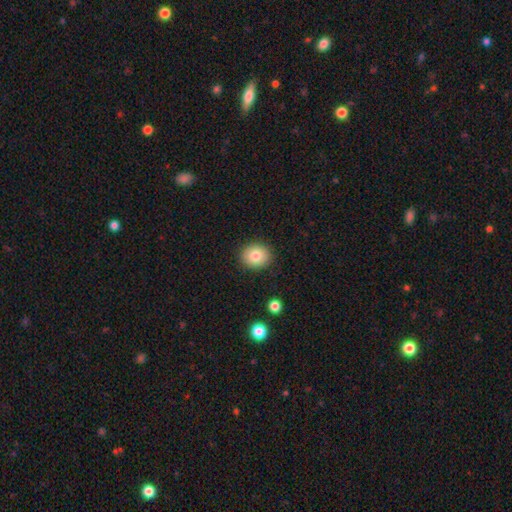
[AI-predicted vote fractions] smooth 81%, featured or disk 9%, star or artifact 9%. Down the decision tree: how rounded — round (73%); merging — none (90%).